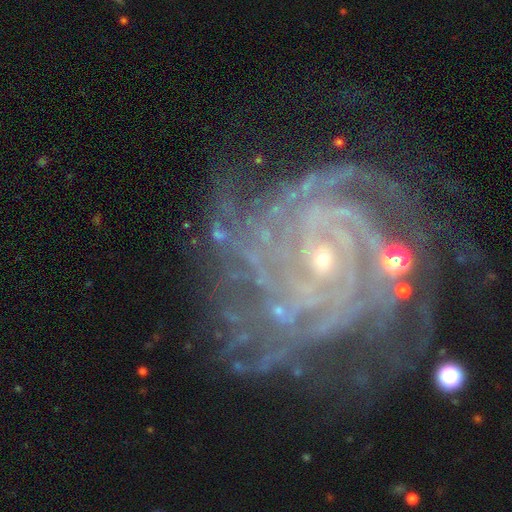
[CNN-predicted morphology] featured or disk 91%, star or artifact 6%, smooth 3%. Down the decision tree: edge-on disk — no (98%); bar — no (63%); spiral arms — yes (98%); spiral arm count — more than 4 (26%); spiral winding — tight (79%); bulge size — small (82%); merging — none (66%).